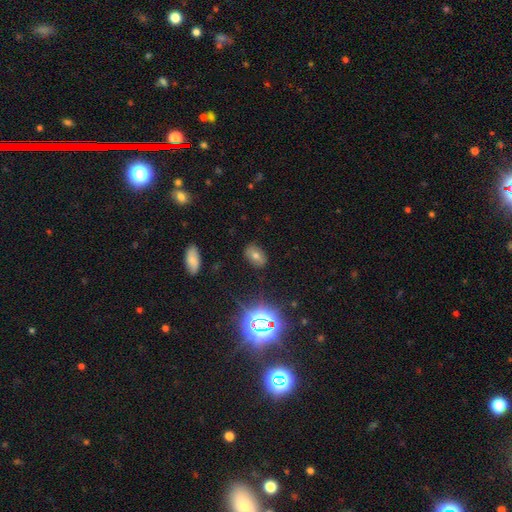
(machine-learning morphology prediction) This is possibly a smooth galaxy (46%). Merging: clearly none (83%).